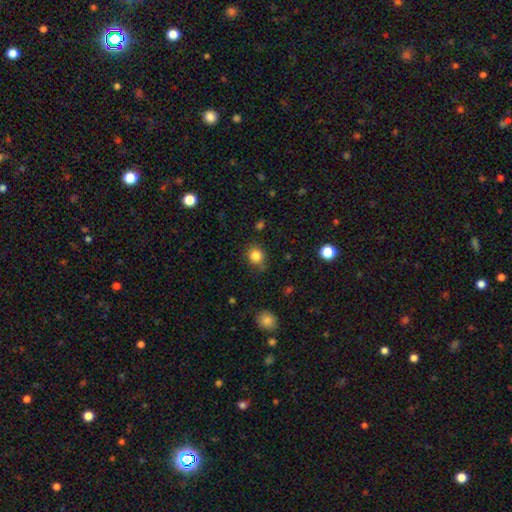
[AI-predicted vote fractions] Q: Smooth or featured?
A: smooth (84%); runner-up: star or artifact (11%)
Q: How rounded?
A: round (82%); runner-up: in between (17%)
Q: Merging?
A: none (76%); runner-up: minor disturbance (17%)